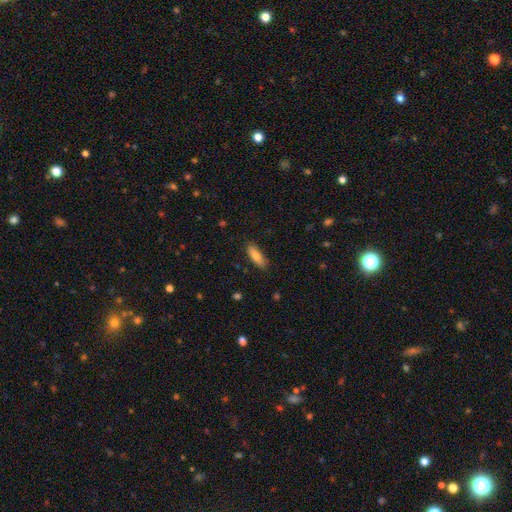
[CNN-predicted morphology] A smooth galaxy with no disk features (78%) that is in between round and cigar-shaped (58%). Merging: none (87%).